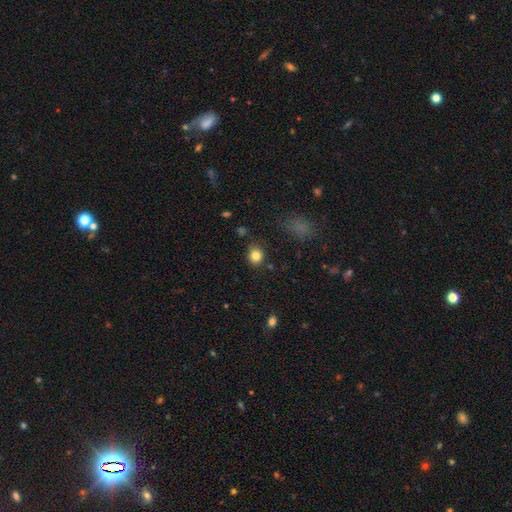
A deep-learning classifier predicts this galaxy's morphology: Q: Smooth or featured?
A: smooth (83%); runner-up: star or artifact (11%)
Q: How rounded?
A: round (75%); runner-up: in between (24%)
Q: Merging?
A: none (83%); runner-up: minor disturbance (11%)